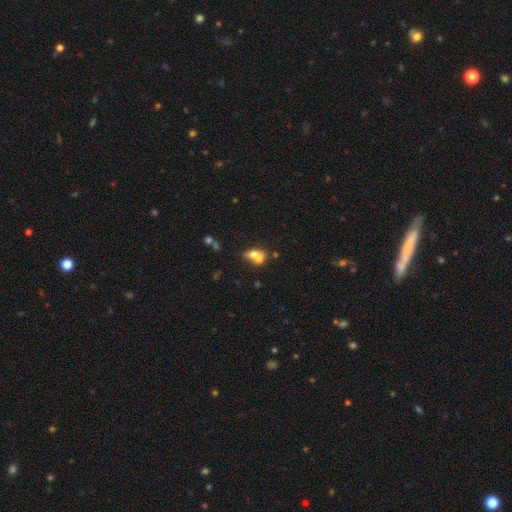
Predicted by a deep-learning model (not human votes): smooth-or-featured: smooth: 65% | featured or disk: 24% | star or artifact: 11%
  how-rounded: in between: 66% | round: 28% | cigar-shaped: 5%
  merging: merger: 62% | none: 23% | minor disturbance: 9% | major disturbance: 6%